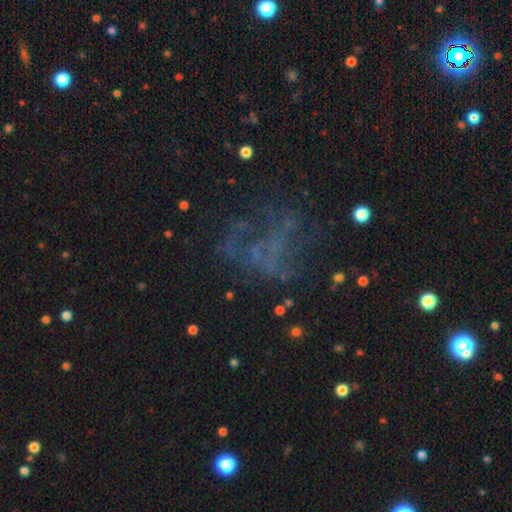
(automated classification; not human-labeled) star or artifact 42%, featured or disk 39%, smooth 19%.